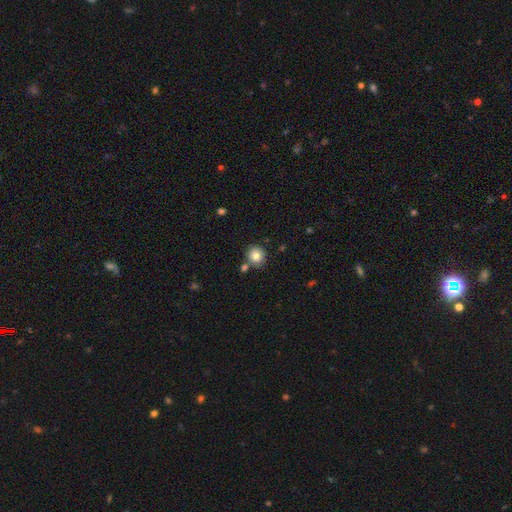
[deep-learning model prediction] Smooth or featured? Predicted: smooth (p=0.83). How rounded? Predicted: round (p=0.84). Merging? Predicted: none (p=0.78).